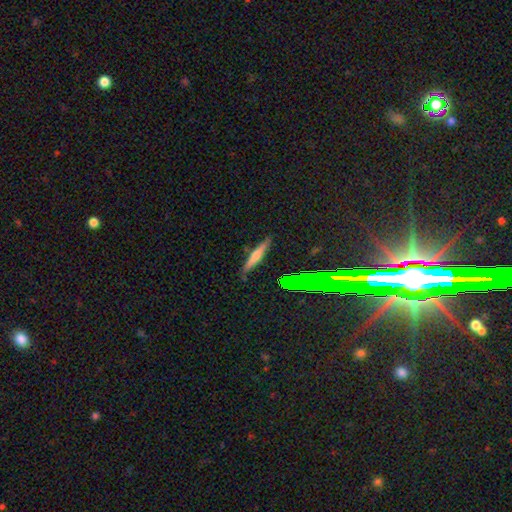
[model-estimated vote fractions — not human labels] Smooth or featured? smooth (48%)
Merging? none (83%)